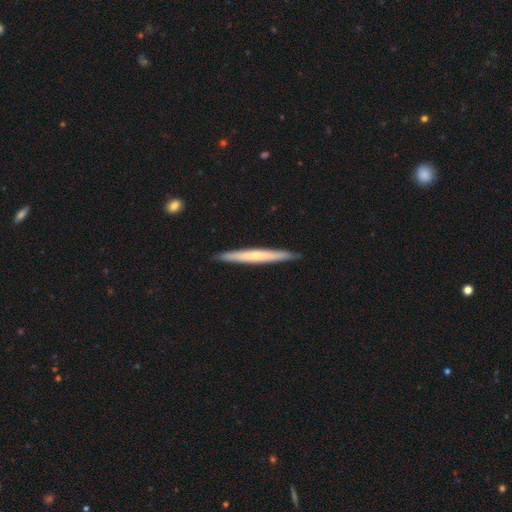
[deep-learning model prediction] Smooth or featured? Predicted: featured or disk (p=0.48, tied with smooth). Merging? Predicted: none (p=0.91).